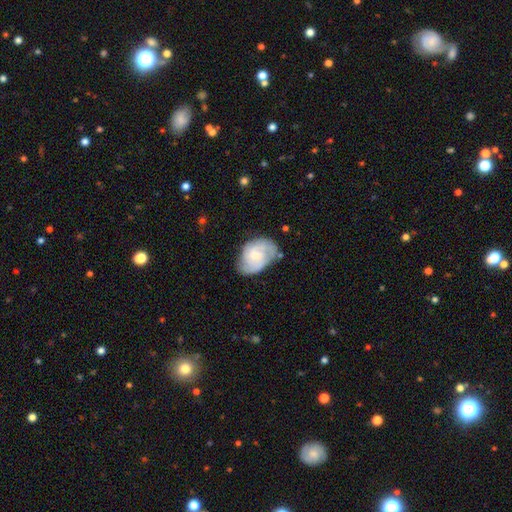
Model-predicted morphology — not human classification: Overall: featured or disk (67%; smooth 27%). Edge-on disk: no (97%). Bar: no (51%; weak 43%). Spiral arms: yes (89%). Spiral arm count: 2 (47%; can't tell 27%). Spiral winding: tight (43%, tied with medium). Bulge size: small (54%; moderate 32%). Merging: none (59%; minor disturbance 28%).